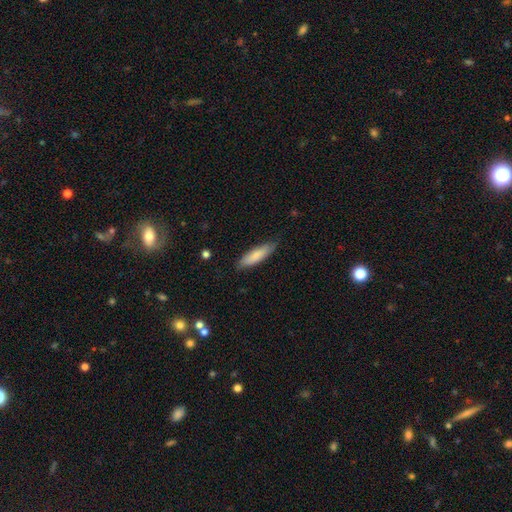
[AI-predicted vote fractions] Smooth or featured? smooth (83%)
How rounded? cigar-shaped (60%)
Merging? none (82%)